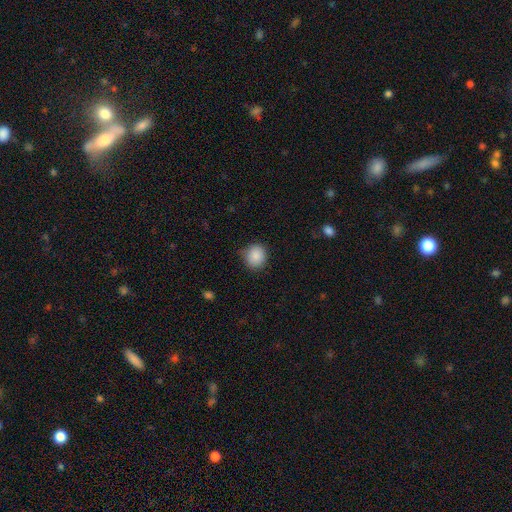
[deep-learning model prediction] Morphology: type=smooth (88%); roundness=round (87%); merging=none (81%).